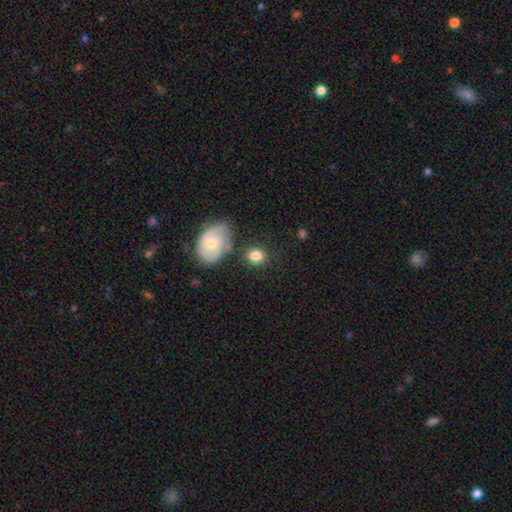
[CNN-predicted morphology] Overall: smooth (79%). How rounded: round (75%). Merging: none (73%).